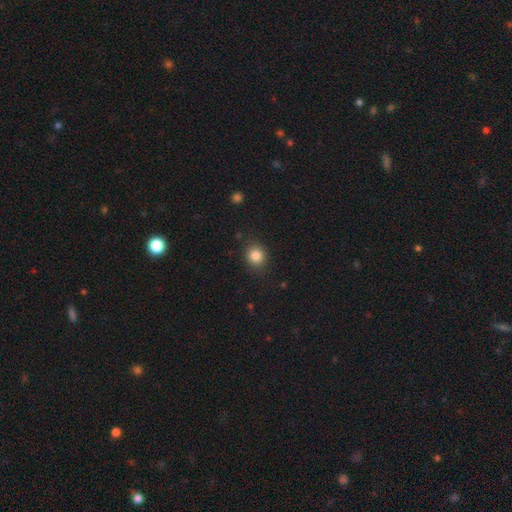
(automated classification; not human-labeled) Smooth or featured?
  - smooth: 83% *
  - star or artifact: 11%
  - featured or disk: 6%
How rounded?
  - round: 75% *
  - in between: 24%
  - cigar-shaped: 1%
Merging?
  - none: 86% *
  - minor disturbance: 9%
  - major disturbance: 3%
  - merger: 1%